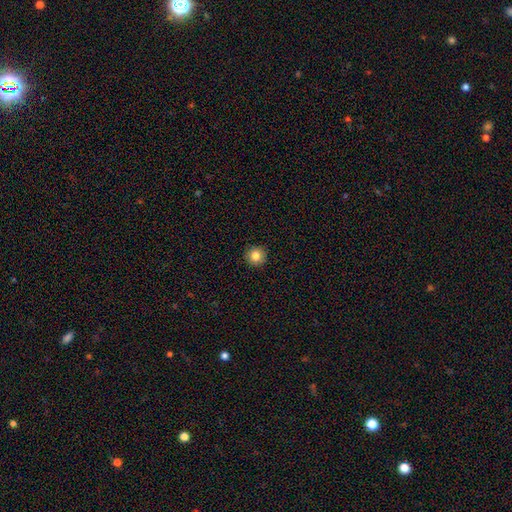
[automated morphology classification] smooth_or_featured: smooth (p=0.83) [alt: star or artifact p=0.10]
how_rounded: round (p=0.94) [alt: in between p=0.05]
merging: none (p=0.92) [alt: minor disturbance p=0.05]